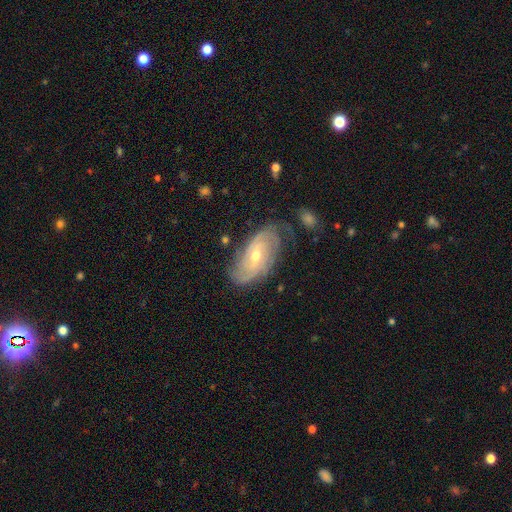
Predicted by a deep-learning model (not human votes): Q: Smooth or featured?
A: featured or disk (80%); runner-up: smooth (13%)
Q: Edge-on disk?
A: no (94%); runner-up: yes (6%)
Q: Bar?
A: no (49%); runner-up: weak (41%)
Q: Spiral arms?
A: yes (93%); runner-up: no (7%)
Q: Spiral winding?
A: tight (58%); runner-up: medium (31%)
Q: Spiral arm count?
A: can't tell (34%); runner-up: 2 (33%)
Q: Bulge size?
A: moderate (52%); runner-up: small (45%)
Q: Merging?
A: none (71%); runner-up: minor disturbance (20%)